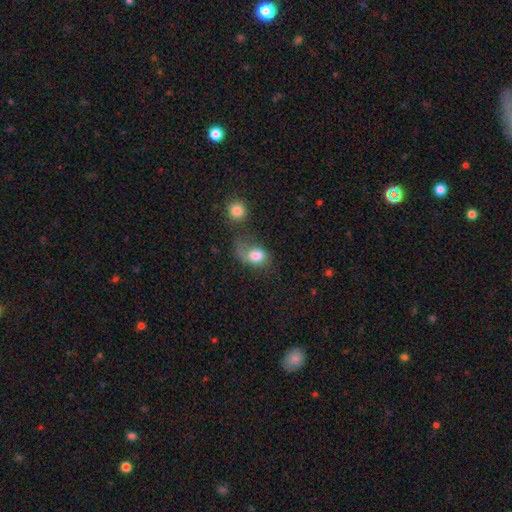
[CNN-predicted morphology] smooth_or_featured: smooth (p=0.75) [alt: featured or disk p=0.16]
how_rounded: in between (p=0.74) [alt: round p=0.25]
merging: major disturbance (p=0.35) [alt: none p=0.26]